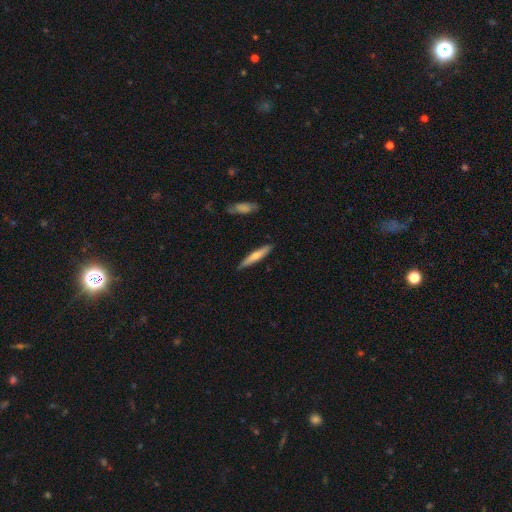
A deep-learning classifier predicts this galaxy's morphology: Smooth or featured?
  - smooth: 60% *
  - featured or disk: 35%
  - star or artifact: 5%
How rounded?
  - cigar-shaped: 91% *
  - in between: 8%
  - round: 1%
Merging?
  - none: 88% *
  - minor disturbance: 9%
  - merger: 2%
  - major disturbance: 2%